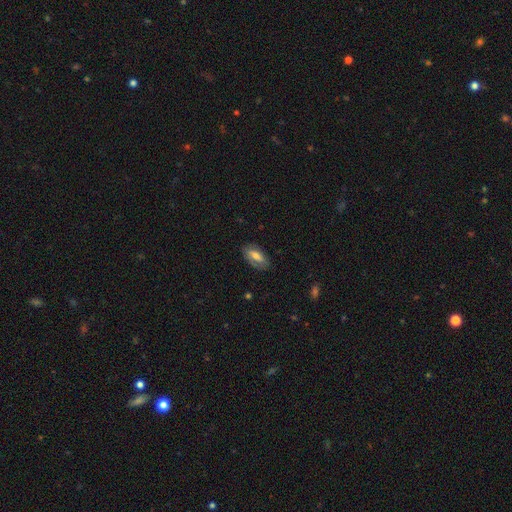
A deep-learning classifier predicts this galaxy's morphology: This is possibly a smooth galaxy (52%). How rounded: clearly in between (89%). Merging: likely none (77%).